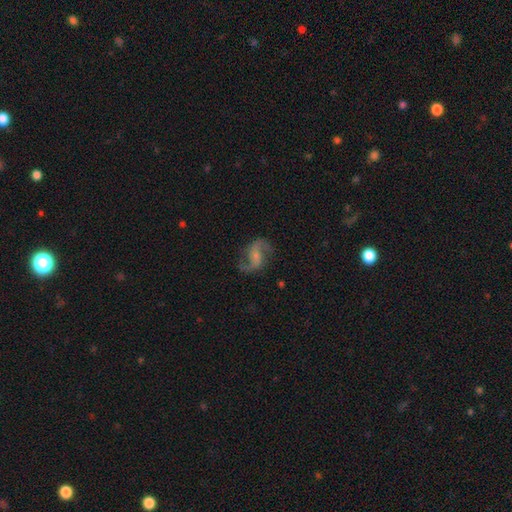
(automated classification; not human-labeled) This is clearly a featured or disk galaxy (88%). It is clearly not viewed edge-on (98%). Bar: marginally weak (43%). Spiral arm pattern: clearly yes (97%). Spiral arm count: clearly 2 (93%). Spiral winding: possibly loose (57%). Central bulge: possibly small (53%). Merging: likely none (78%).